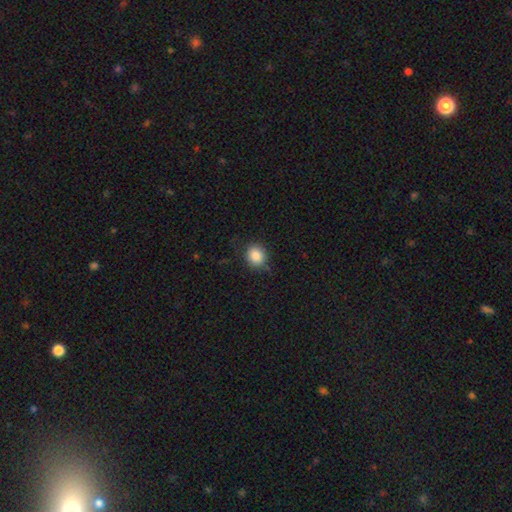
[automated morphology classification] This is clearly a smooth galaxy (87%). How rounded: likely round (76%). Merging: likely none (74%).